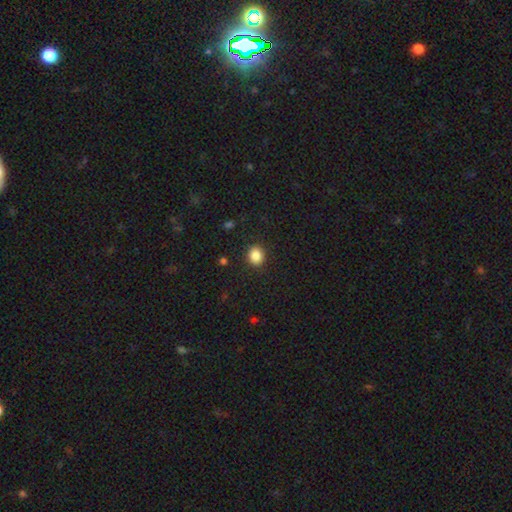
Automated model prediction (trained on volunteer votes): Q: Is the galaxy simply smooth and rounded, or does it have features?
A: smooth — 87%.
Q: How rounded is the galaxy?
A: round — 62%.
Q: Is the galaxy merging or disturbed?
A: none — 89%.